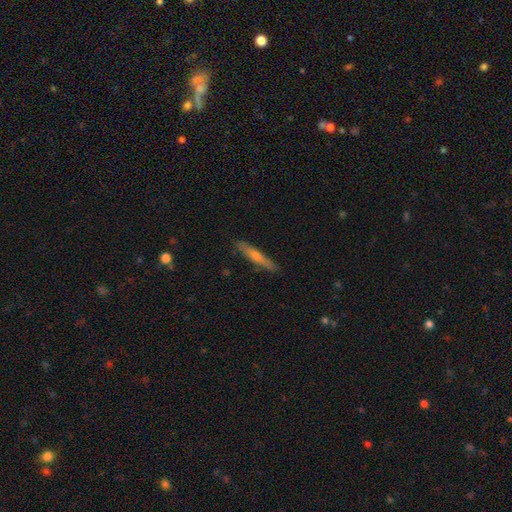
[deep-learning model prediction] Smooth or featured?
  - featured or disk: 56% *
  - smooth: 33%
  - star or artifact: 11%
Edge-on disk?
  - yes: 91% *
  - no: 9%
Edge-on bulge?
  - rounded: 77% *
  - none: 18%
  - boxy: 5%
Merging?
  - none: 88% *
  - minor disturbance: 9%
  - major disturbance: 2%
  - merger: 1%